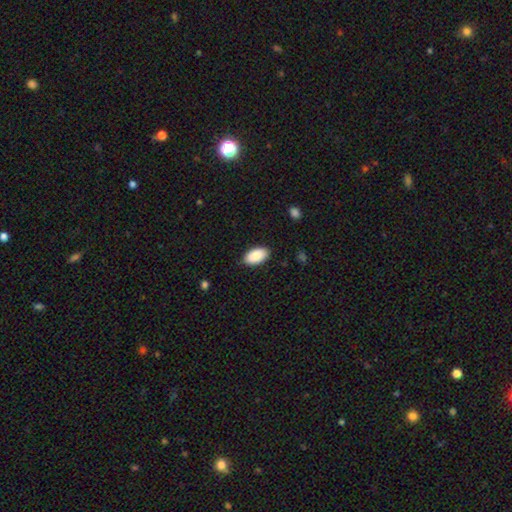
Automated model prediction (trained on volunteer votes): Smooth or featured: smooth — 89% (star or artifact — 6%)
How rounded: in between — 96% (round — 3%)
Merging: none — 87% (minor disturbance — 9%)